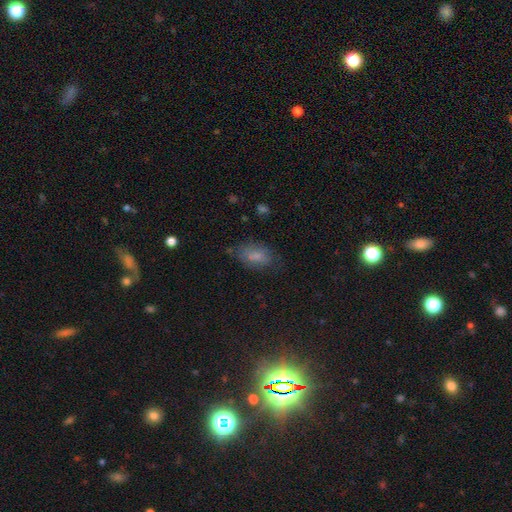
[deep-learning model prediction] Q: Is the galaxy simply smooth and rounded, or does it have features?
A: smooth — 71%.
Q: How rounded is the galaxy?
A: in between — 90%.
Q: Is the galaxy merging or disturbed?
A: none — 64%.